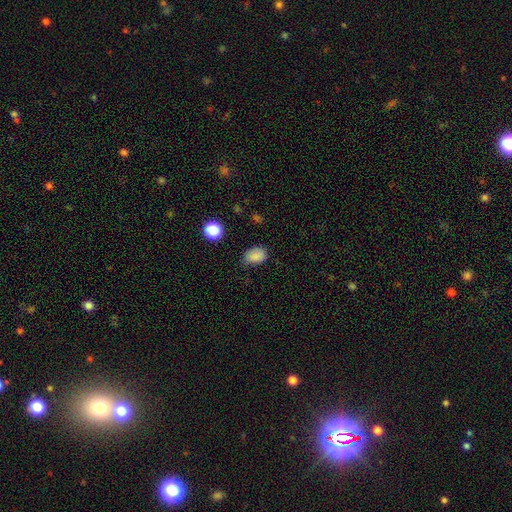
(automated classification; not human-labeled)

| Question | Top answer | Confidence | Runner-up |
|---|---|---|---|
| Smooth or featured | smooth | 85% | star or artifact (11%) |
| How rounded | in between | 78% | round (21%) |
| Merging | none | 70% | minor disturbance (24%) |